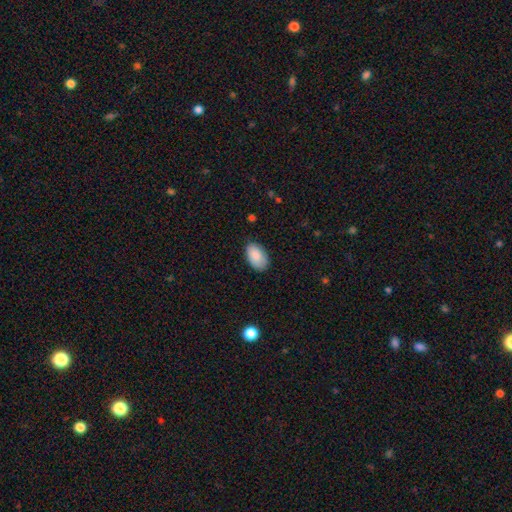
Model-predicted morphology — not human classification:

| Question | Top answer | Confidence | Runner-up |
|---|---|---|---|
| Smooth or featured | smooth | 87% | star or artifact (6%) |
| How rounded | in between | 94% | round (5%) |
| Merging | none | 82% | minor disturbance (15%) |